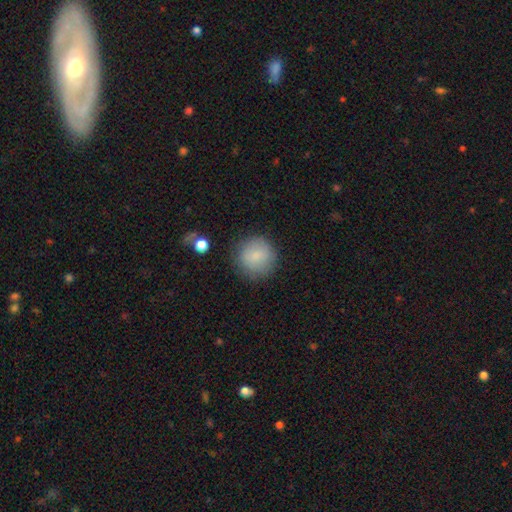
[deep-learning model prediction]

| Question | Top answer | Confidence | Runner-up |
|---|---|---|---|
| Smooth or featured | smooth | 85% | star or artifact (8%) |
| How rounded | round | 93% | in between (6%) |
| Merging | none | 83% | minor disturbance (11%) |